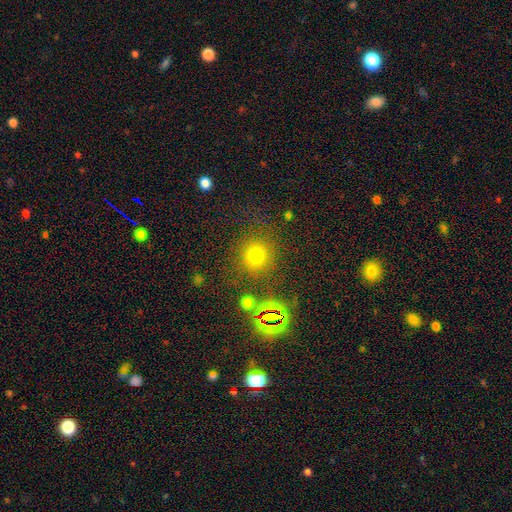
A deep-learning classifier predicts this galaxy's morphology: Q: Smooth or featured?
A: smooth (69%); runner-up: star or artifact (23%)
Q: How rounded?
A: round (89%); runner-up: in between (10%)
Q: Merging?
A: none (80%); runner-up: minor disturbance (10%)